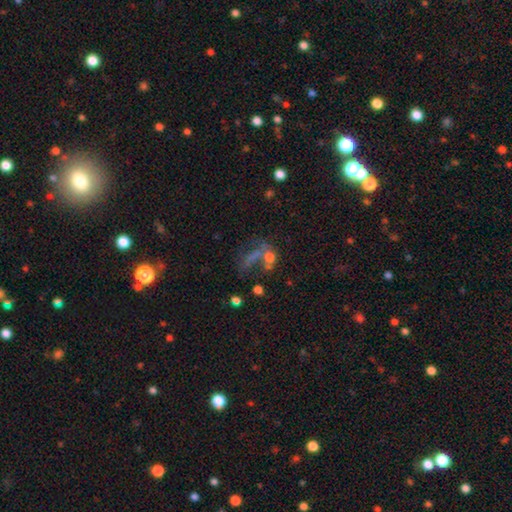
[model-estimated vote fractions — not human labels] Q: Smooth or featured?
A: smooth (37%); runner-up: star or artifact (32%)
Q: Merging?
A: merger (32%); runner-up: none (30%)